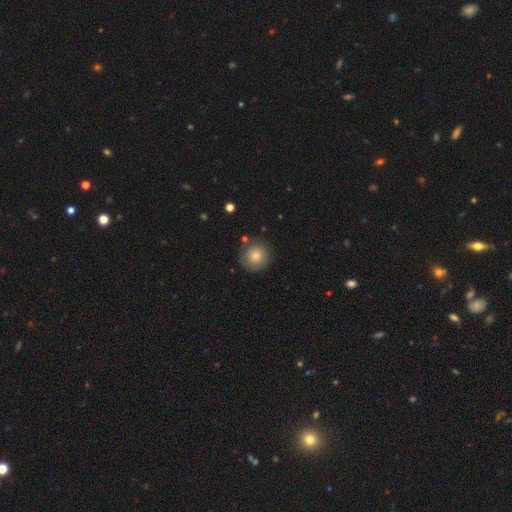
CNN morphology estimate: Overall: smooth (78%). How rounded: round (95%). Merging: none (83%).